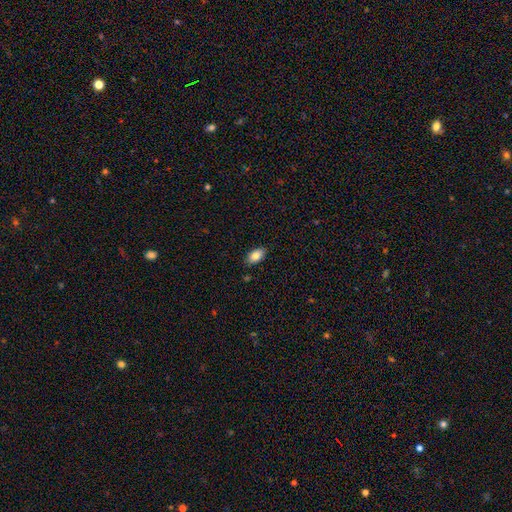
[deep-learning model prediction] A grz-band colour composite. It shows a smooth galaxy with no disk features (85%) that is in between round and cigar-shaped (93%). Merging: none (86%).